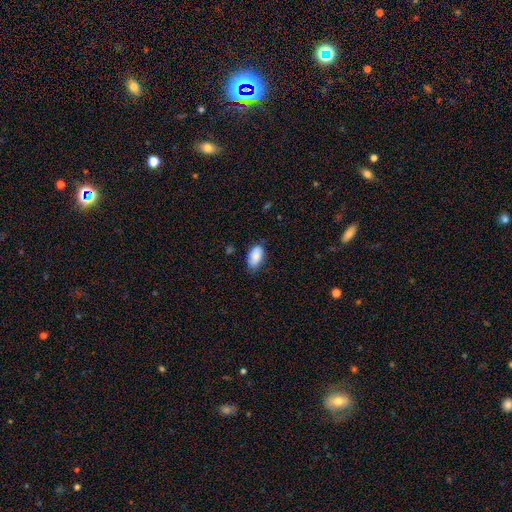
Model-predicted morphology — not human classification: type=smooth (85%); roundness=in between (94%); merging=none (72%).